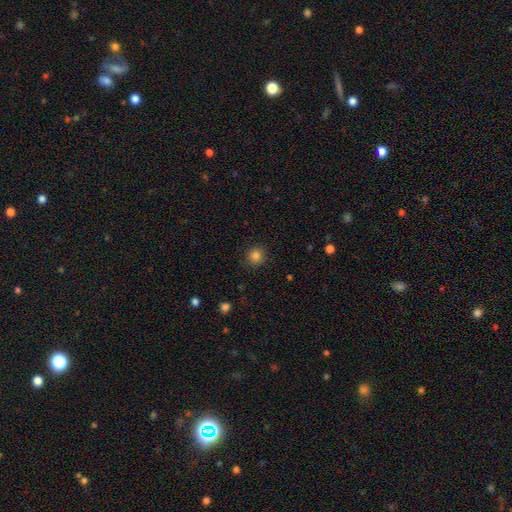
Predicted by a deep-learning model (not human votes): A smooth galaxy with no disk features (84%) that is round (90%). Merging: none (89%).